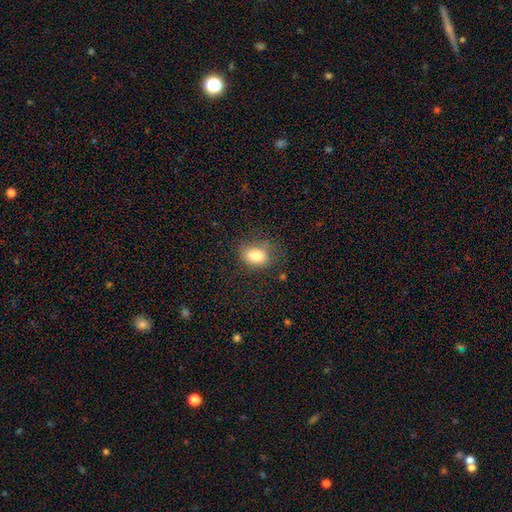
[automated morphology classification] This is clearly a smooth galaxy (81%). How rounded: likely in between (76%). Merging: likely none (70%).